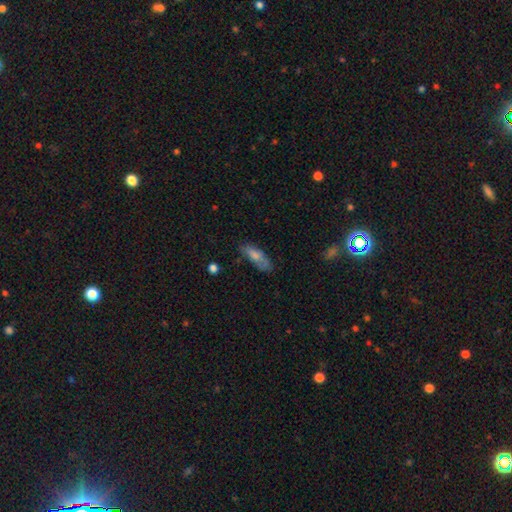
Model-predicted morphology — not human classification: The model was most divided on "how rounded": in between: 60%, cigar-shaped: 38%, round: 2%. More confident: smooth or featured — smooth (65%); merging — none (55%).